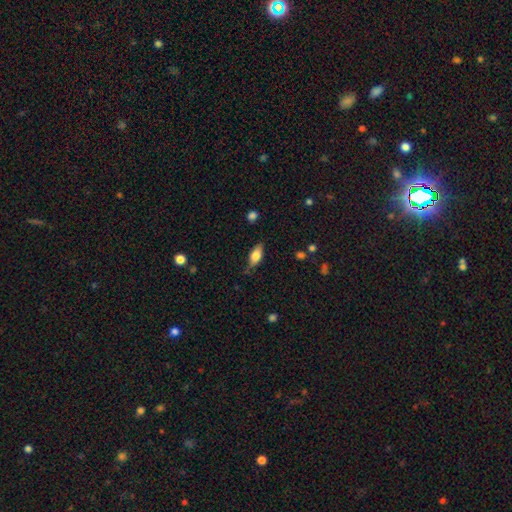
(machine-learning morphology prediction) A smooth galaxy with no disk features (76%) that is in between round and cigar-shaped (84%). Merging: none (74%).